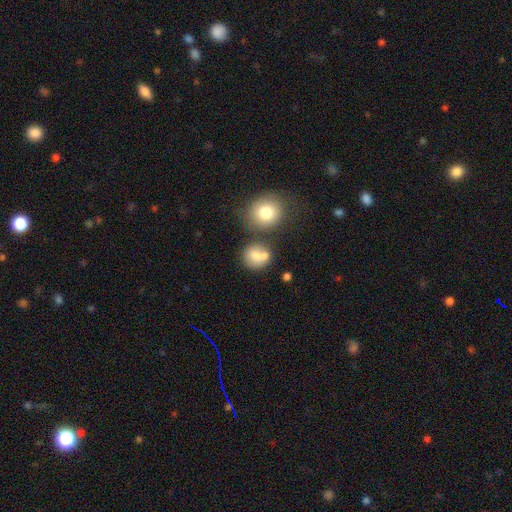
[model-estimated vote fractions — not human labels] Smooth or featured?
  - smooth: 76% *
  - featured or disk: 13%
  - star or artifact: 10%
How rounded?
  - round: 82% *
  - in between: 17%
  - cigar-shaped: 1%
Merging?
  - none: 54% *
  - merger: 27%
  - minor disturbance: 13%
  - major disturbance: 6%